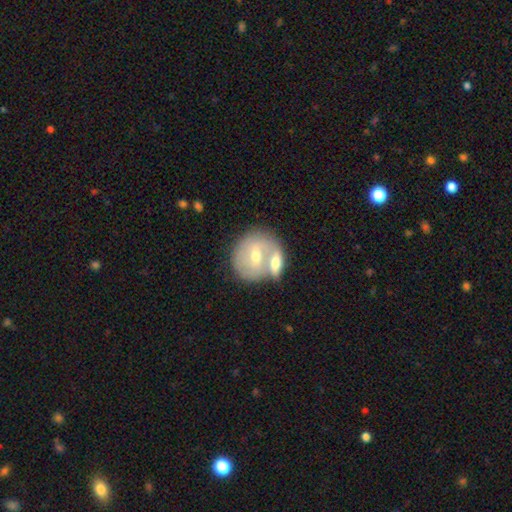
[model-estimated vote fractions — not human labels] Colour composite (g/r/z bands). It shows a featured or disk galaxy (47%, tied with smooth). Merging: merger (56%).